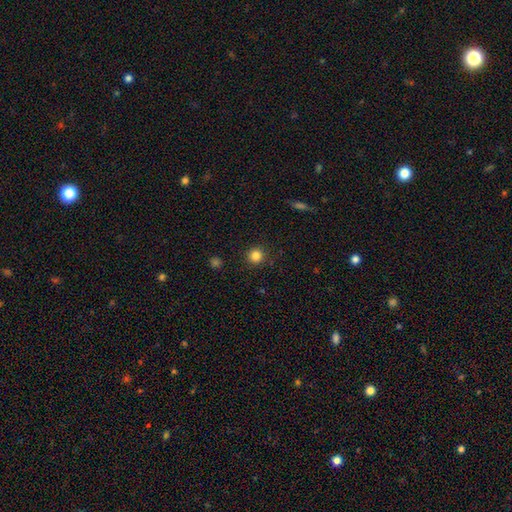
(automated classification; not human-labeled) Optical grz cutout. It shows a smooth galaxy with no disk features (83%) that is round (94%). Merging: none (91%).